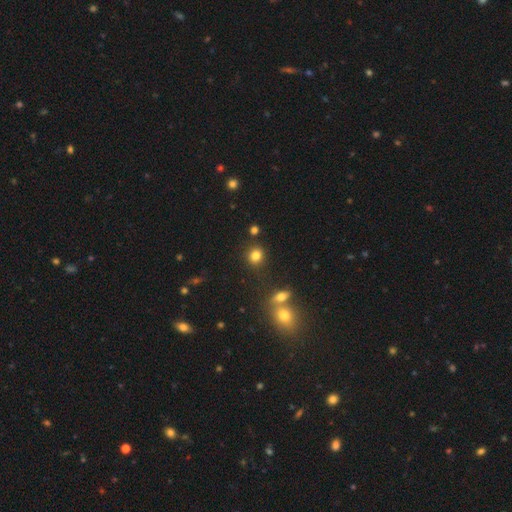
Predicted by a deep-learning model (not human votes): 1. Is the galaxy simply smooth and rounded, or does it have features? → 81% smooth, 12% star or artifact, 6% featured or disk.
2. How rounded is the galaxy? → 83% round, 16% in between, 1% cigar-shaped.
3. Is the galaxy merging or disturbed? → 83% none, 8% minor disturbance, 6% merger, 3% major disturbance.